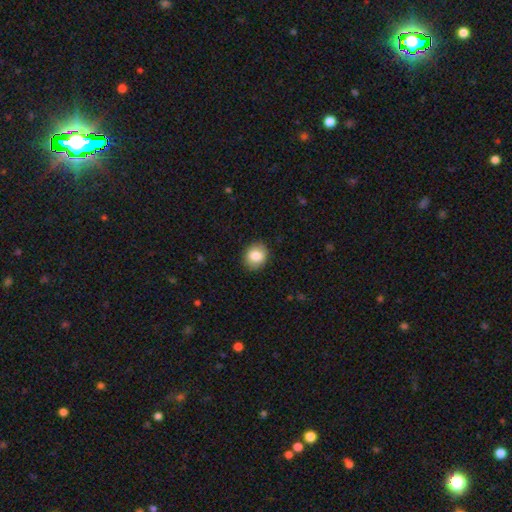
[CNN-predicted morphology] Smooth or featured?
  - smooth: 83% *
  - featured or disk: 9%
  - star or artifact: 8%
How rounded?
  - round: 66% *
  - in between: 33%
  - cigar-shaped: 1%
Merging?
  - none: 89% *
  - minor disturbance: 8%
  - major disturbance: 2%
  - merger: 1%